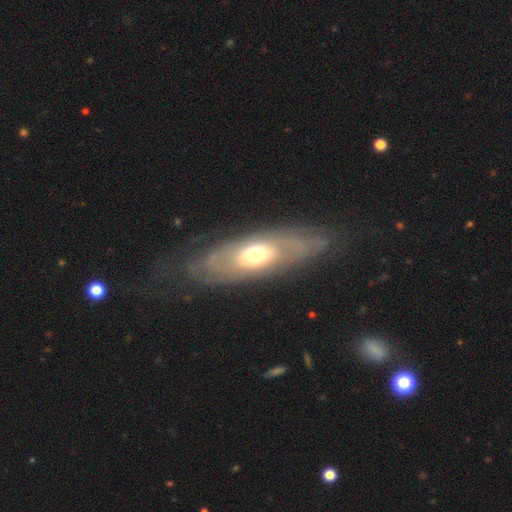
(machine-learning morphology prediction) A featured or disk galaxy (60%).

Vote fractions:
- Smooth or featured? featured or disk: 60% / smooth: 33% / star or artifact: 7%
- Edge-on disk? no: 76% / yes: 24%
- Merging? none: 75% / minor disturbance: 15% / major disturbance: 9% / merger: 2%